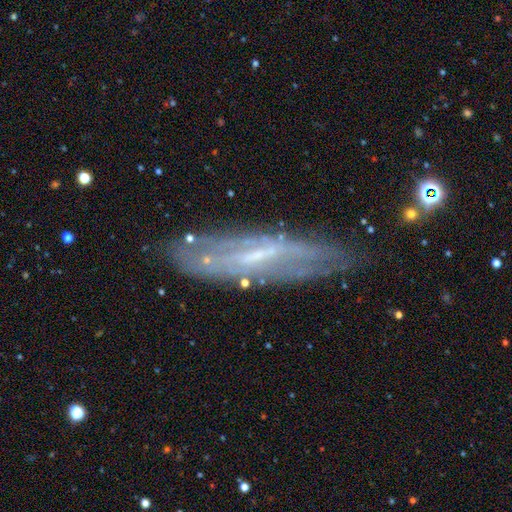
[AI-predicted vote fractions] smooth_or_featured: featured or disk (p=0.68) [alt: smooth p=0.22]
disk_edge_on: no (p=0.52) [alt: yes p=0.48]
merging: none (p=0.73) [alt: minor disturbance p=0.18]